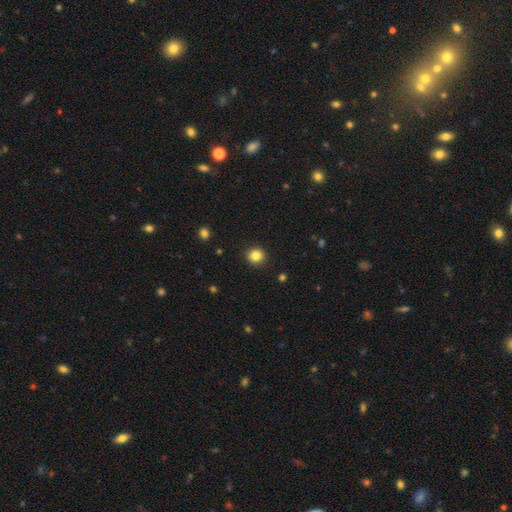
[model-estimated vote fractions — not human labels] A smooth galaxy with no disk features (84%) that is round (92%). Merging: none (92%).